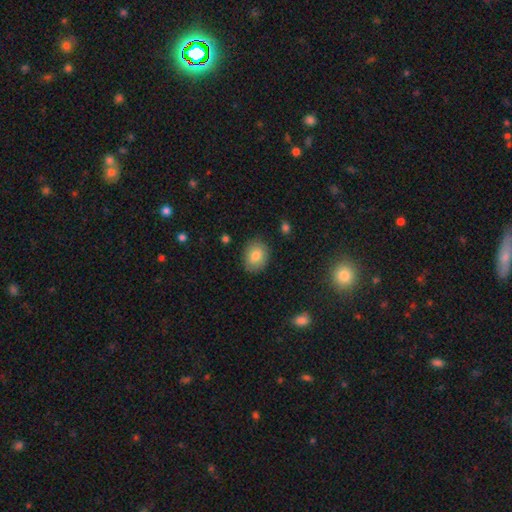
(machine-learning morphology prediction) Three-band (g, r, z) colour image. It shows a smooth galaxy with no disk features (80%) that is in between round and cigar-shaped (54%). Merging: none (85%).